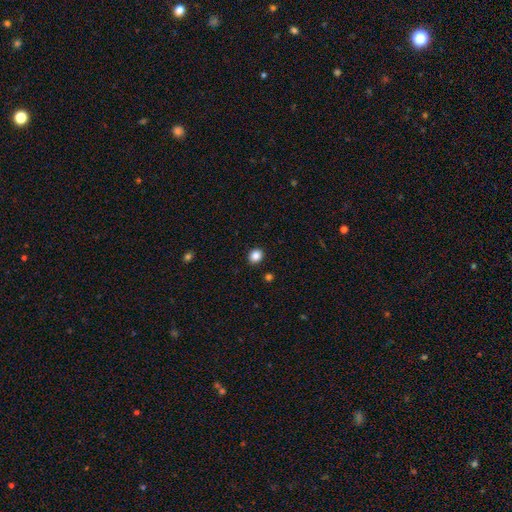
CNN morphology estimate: smooth-or-featured: smooth: 86% | star or artifact: 10% | featured or disk: 4%
  how-rounded: round: 75% | in between: 25% | cigar-shaped: 1%
  merging: none: 92% | minor disturbance: 6% | major disturbance: 2% | merger: 1%